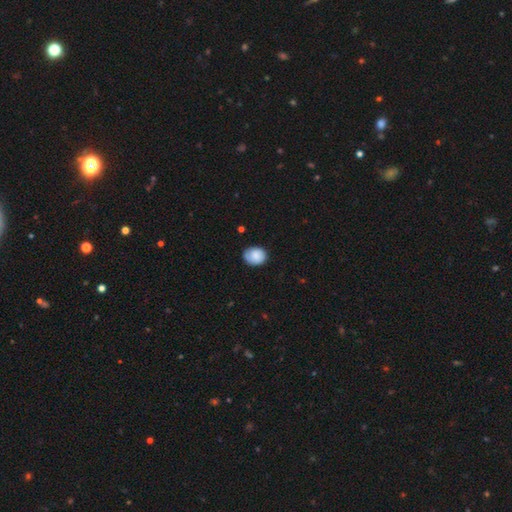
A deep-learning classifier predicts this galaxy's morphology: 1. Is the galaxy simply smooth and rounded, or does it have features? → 80% smooth, 13% featured or disk, 7% star or artifact.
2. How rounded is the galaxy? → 61% round, 38% in between, 1% cigar-shaped.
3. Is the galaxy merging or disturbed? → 71% none, 22% minor disturbance, 5% major disturbance, 1% merger.